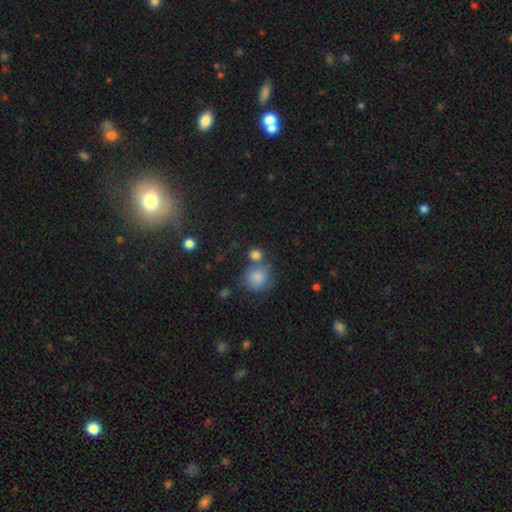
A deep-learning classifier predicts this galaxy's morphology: This appears to be a smooth galaxy with no disk features (79%) that is round (81%). Merging: none (54%).